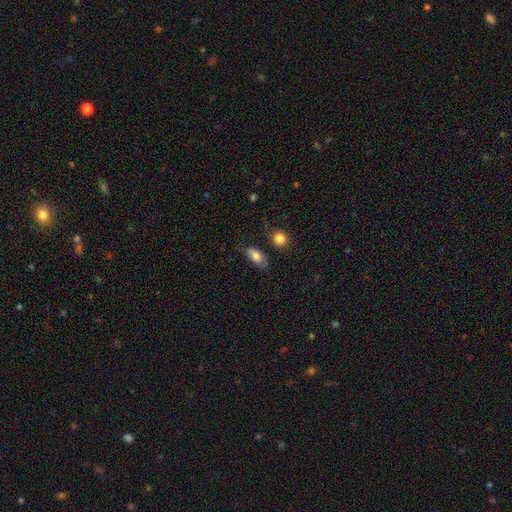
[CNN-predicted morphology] This appears to be a smooth galaxy with no disk features (78%) that is in between round and cigar-shaped (87%). Merging: none (62%).